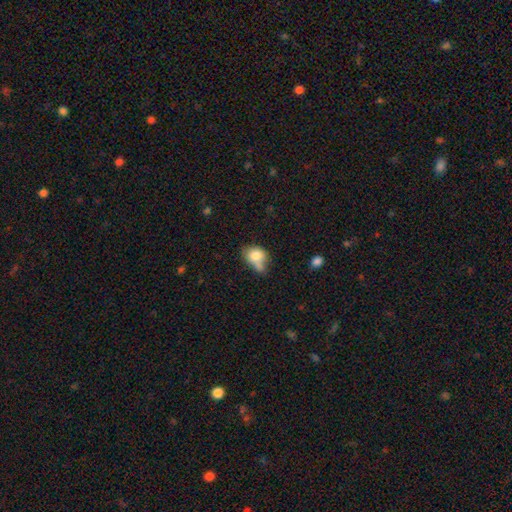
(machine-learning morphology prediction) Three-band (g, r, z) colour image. It shows a smooth galaxy with no disk features (77%) that is in between round and cigar-shaped (64%). Merging: merger (31%, tied with none).